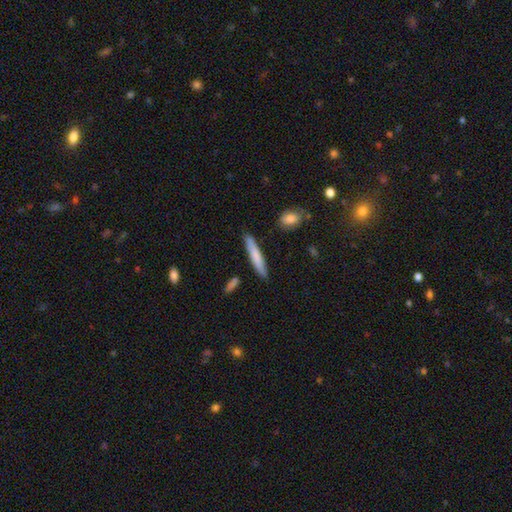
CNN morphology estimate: Smooth or featured? smooth (74%)
How rounded? cigar-shaped (92%)
Merging? none (86%)